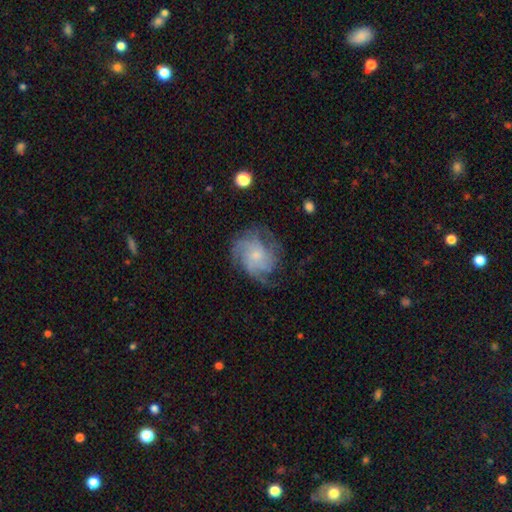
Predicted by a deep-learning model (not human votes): Smooth or featured? Predicted: featured or disk (p=0.78). Edge-on disk? Predicted: no (p=0.98). Bar? Predicted: no (p=0.74). Spiral arms? Predicted: yes (p=0.94). Spiral winding? Predicted: medium (p=0.42, tied with tight). Spiral arm count? Predicted: 3 (p=0.26, tied with 4). Bulge size? Predicted: small (p=0.62). Merging? Predicted: none (p=0.67).